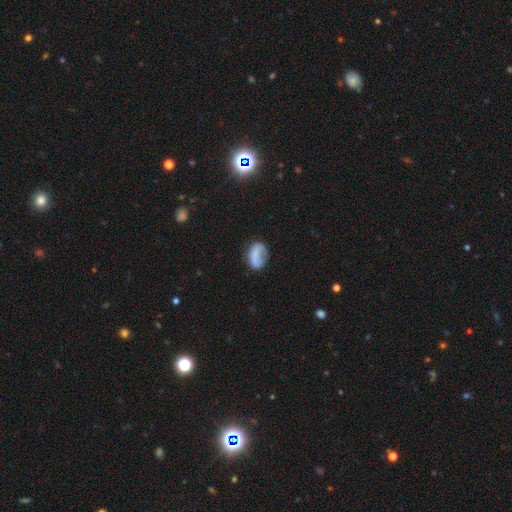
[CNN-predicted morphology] The model was most divided on "merging": none: 48%, minor disturbance: 29%, major disturbance: 19%, merger: 4%. More confident: how rounded — in between (82%); smooth or featured — smooth (69%).